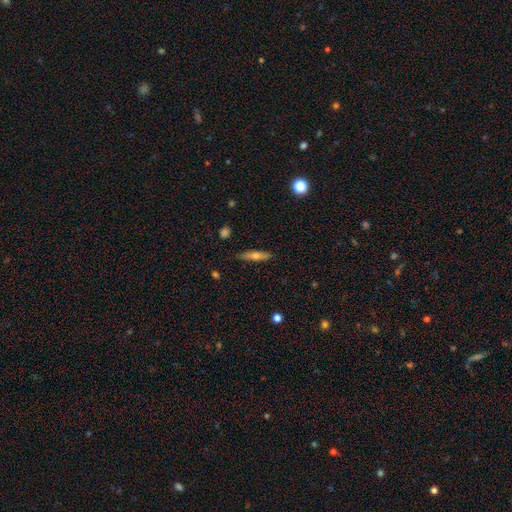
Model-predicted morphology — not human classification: The model was most divided on "smooth or featured": smooth: 53%, featured or disk: 40%, star or artifact: 7%. More confident: merging — none (88%); how rounded — cigar-shaped (81%).